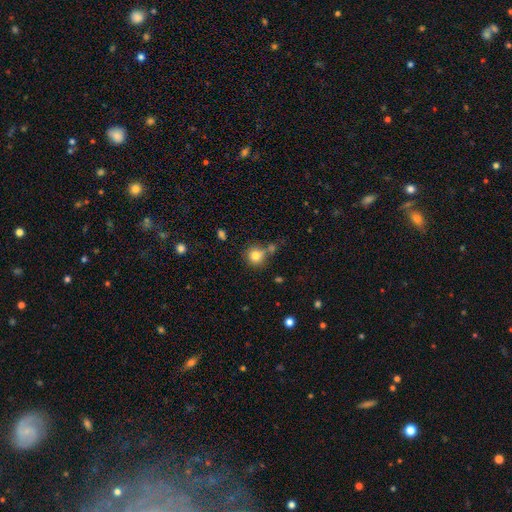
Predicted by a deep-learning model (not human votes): Q: Smooth or featured?
A: smooth (81%); runner-up: star or artifact (11%)
Q: How rounded?
A: round (88%); runner-up: in between (11%)
Q: Merging?
A: none (64%); runner-up: merger (18%)